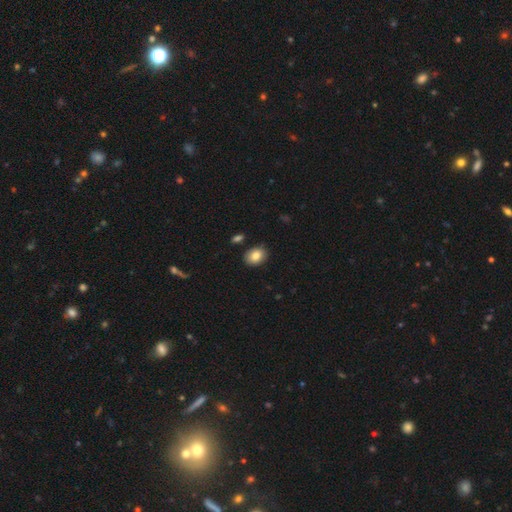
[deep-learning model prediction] Smooth or featured? Predicted: smooth (p=0.84). How rounded? Predicted: in between (p=0.61). Merging? Predicted: none (p=0.86).